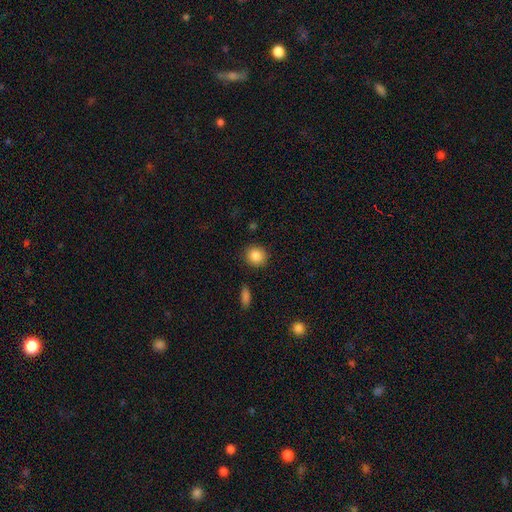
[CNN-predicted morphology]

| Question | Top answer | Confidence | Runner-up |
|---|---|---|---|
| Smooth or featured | smooth | 87% | star or artifact (8%) |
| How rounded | round | 87% | in between (12%) |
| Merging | none | 89% | minor disturbance (7%) |